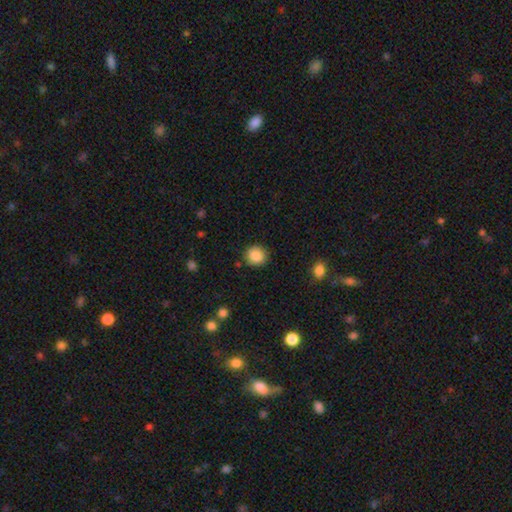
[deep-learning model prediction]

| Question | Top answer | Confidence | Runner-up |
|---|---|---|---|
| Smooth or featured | smooth | 86% | star or artifact (9%) |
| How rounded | round | 88% | in between (11%) |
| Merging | none | 88% | minor disturbance (8%) |